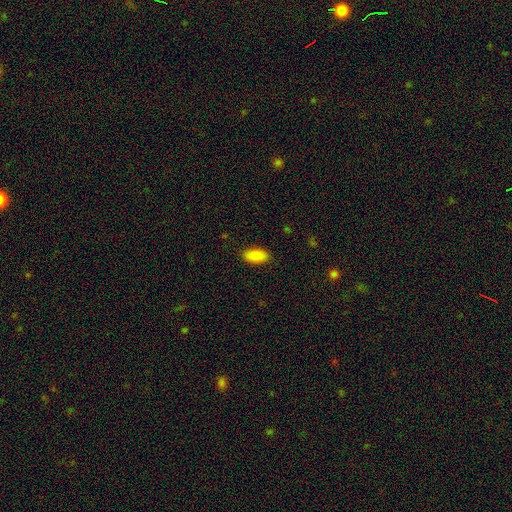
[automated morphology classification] smooth 87%, star or artifact 7%, featured or disk 6%. Down the decision tree: how rounded — in between (93%); merging — none (89%).